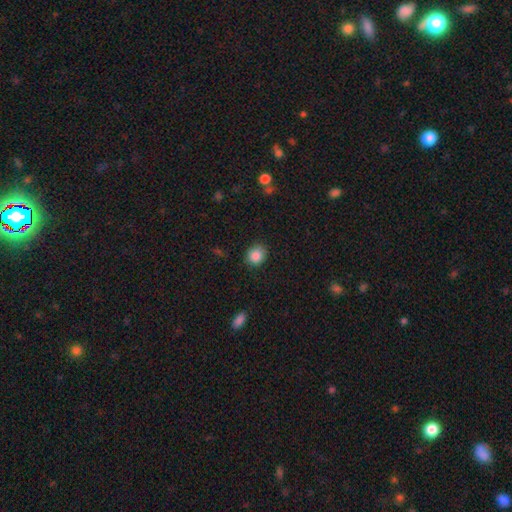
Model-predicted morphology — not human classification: Smooth or featured: smooth — 87% (star or artifact — 9%)
How rounded: round — 74% (in between — 25%)
Merging: none — 83% (minor disturbance — 13%)